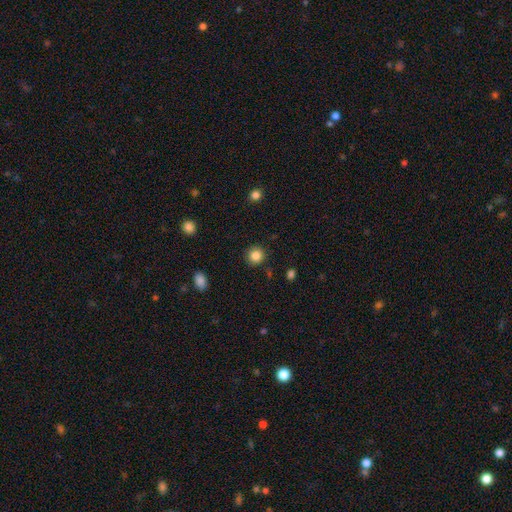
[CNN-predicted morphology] Smooth or featured: smooth — 85% (star or artifact — 10%)
How rounded: round — 92% (in between — 7%)
Merging: none — 91% (minor disturbance — 6%)